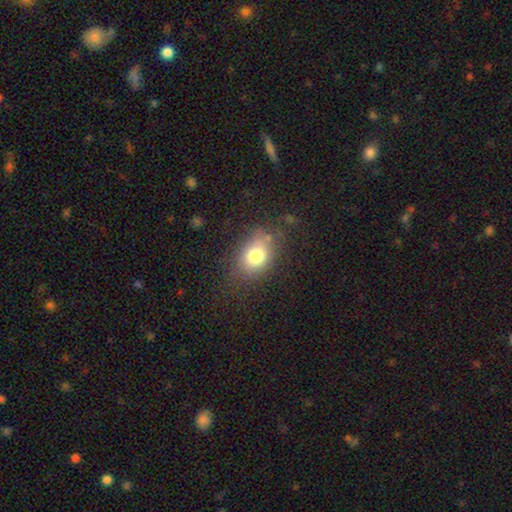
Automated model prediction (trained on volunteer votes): Smooth or featured?
  - smooth: 76% *
  - featured or disk: 13%
  - star or artifact: 11%
How rounded?
  - in between: 69% *
  - round: 30%
  - cigar-shaped: 1%
Merging?
  - none: 69% *
  - minor disturbance: 19%
  - major disturbance: 9%
  - merger: 3%